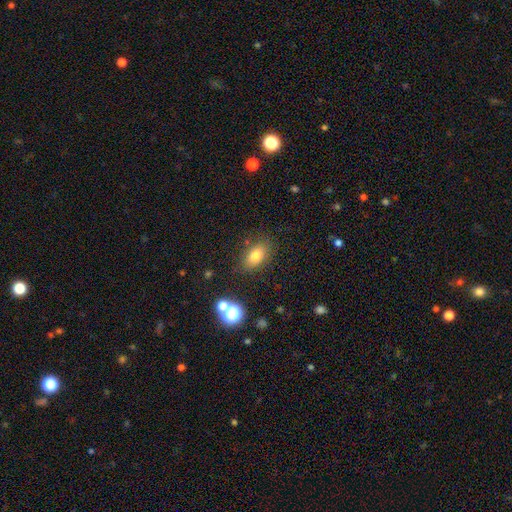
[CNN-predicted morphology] type=smooth (77%); roundness=in between (84%); merging=none (81%).